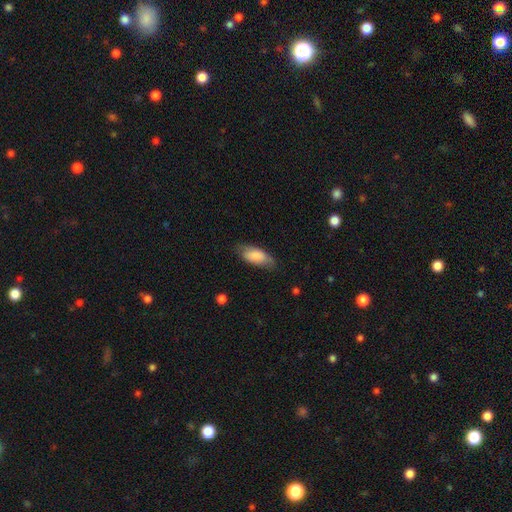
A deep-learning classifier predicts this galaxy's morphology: A smooth galaxy with no disk features (82%) that is in between round and cigar-shaped (85%).

Vote fractions:
- Smooth or featured? smooth: 82% / featured or disk: 12% / star or artifact: 6%
- How rounded? in between: 85% / cigar-shaped: 13% / round: 2%
- Merging? none: 69% / minor disturbance: 24% / major disturbance: 5% / merger: 1%